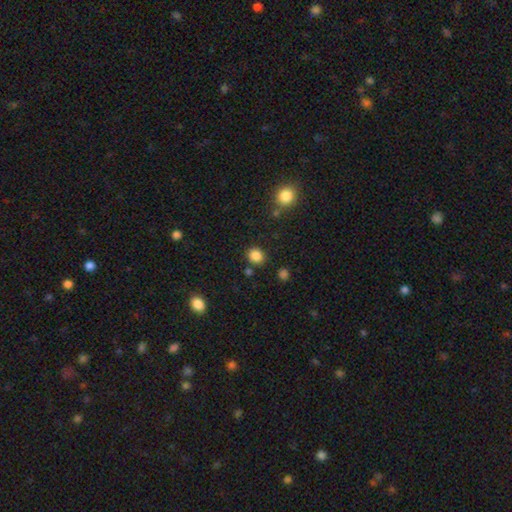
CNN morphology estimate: A smooth galaxy with no disk features (85%) that is round (76%). Merging: none (84%).